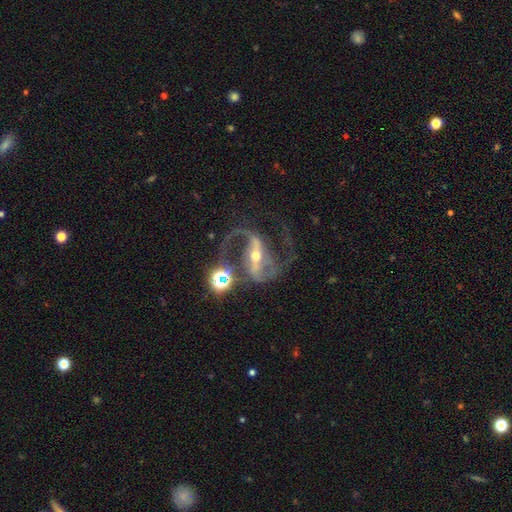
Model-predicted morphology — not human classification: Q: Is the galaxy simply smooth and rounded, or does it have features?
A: featured or disk — 89%.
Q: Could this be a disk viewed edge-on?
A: no — 95%.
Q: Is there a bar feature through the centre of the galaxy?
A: strong — 69%.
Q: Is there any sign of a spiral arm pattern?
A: yes — 95%.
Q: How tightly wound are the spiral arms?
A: loose — 47%.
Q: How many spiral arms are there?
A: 2 — 88%.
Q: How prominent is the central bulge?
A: moderate — 51%.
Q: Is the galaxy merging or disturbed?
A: none — 56%.